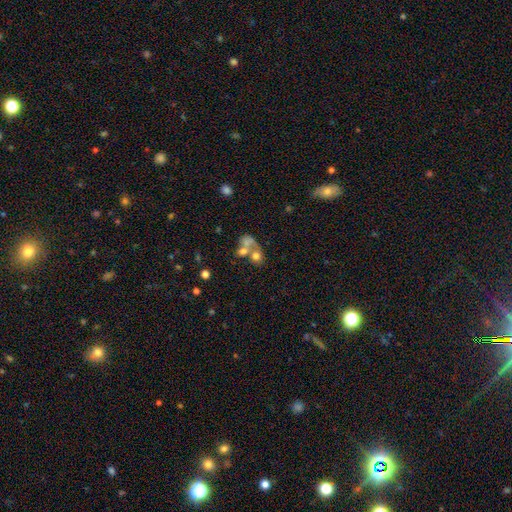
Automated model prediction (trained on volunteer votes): Smooth or featured: smooth — 59% (featured or disk — 27%)
How rounded: round — 63% (in between — 36%)
Merging: merger — 60% (none — 23%)